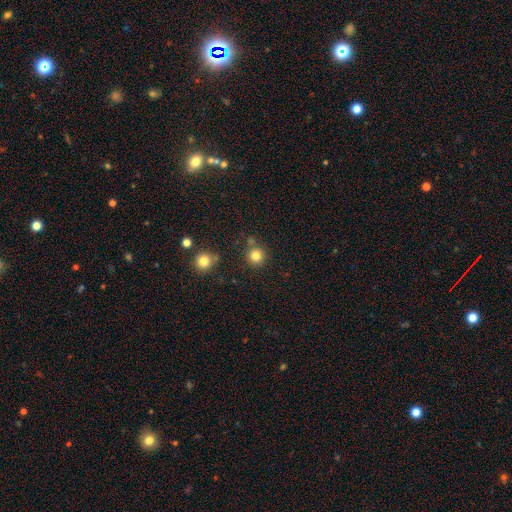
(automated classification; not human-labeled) smooth_or_featured: smooth (p=0.82) [alt: star or artifact p=0.12]
how_rounded: round (p=0.94) [alt: in between p=0.05]
merging: none (p=0.81) [alt: merger p=0.08]